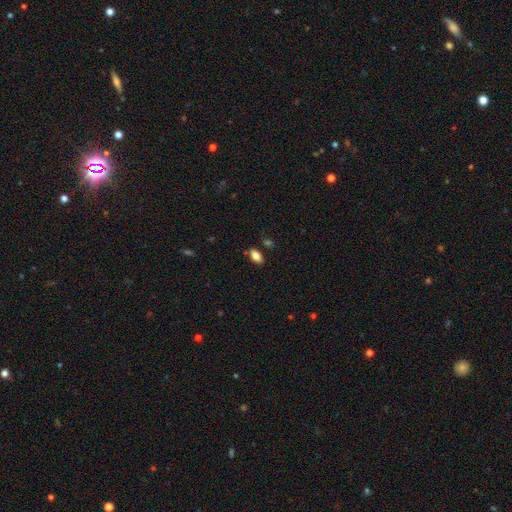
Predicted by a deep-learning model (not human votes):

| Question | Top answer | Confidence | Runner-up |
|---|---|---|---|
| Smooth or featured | smooth | 81% | featured or disk (10%) |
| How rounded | in between | 91% | cigar-shaped (5%) |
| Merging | none | 83% | minor disturbance (11%) |